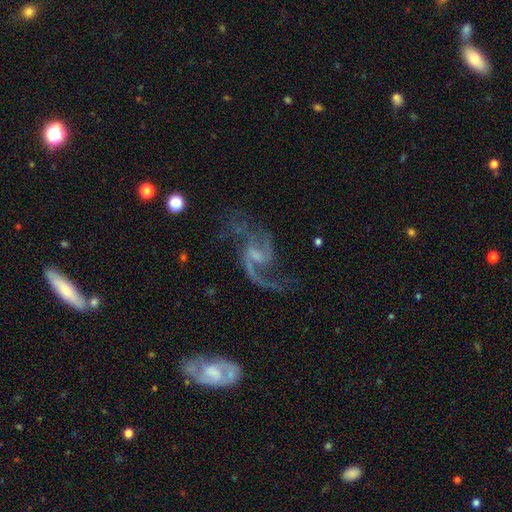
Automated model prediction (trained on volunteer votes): Morphology: type=featured or disk (89%); edge-on=no (98%); bar=weak (56%); spiral arms=yes (96%); winding=loose (69%); arm count=2 (82%); bulge=small (44%); merging=none (58%).